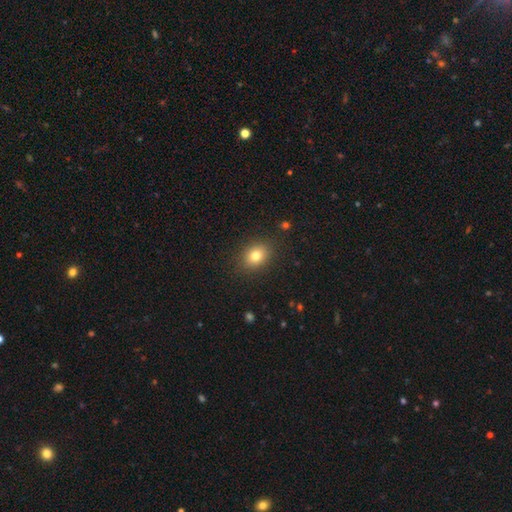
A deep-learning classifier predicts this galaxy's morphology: A smooth galaxy with no disk features (79%) that is in between round and cigar-shaped (56%).

Vote fractions:
- Smooth or featured? smooth: 79% / star or artifact: 12% / featured or disk: 9%
- How rounded? in between: 56% / round: 43% / cigar-shaped: 1%
- Merging? none: 87% / minor disturbance: 9% / major disturbance: 3% / merger: 1%